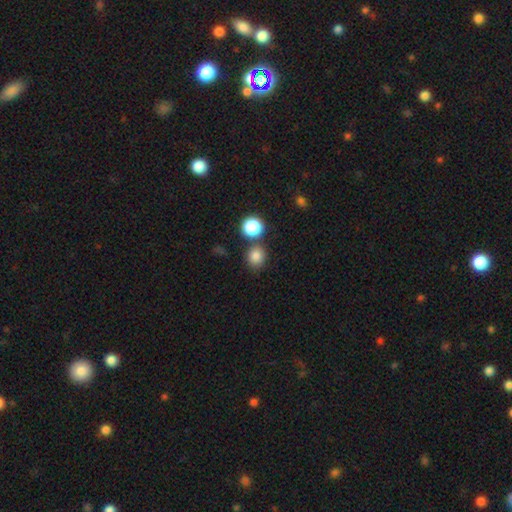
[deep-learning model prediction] The model was most divided on "merging": none: 71%, merger: 17%, minor disturbance: 9%, major disturbance: 3%. More confident: how rounded — round (84%); smooth or featured — smooth (83%).